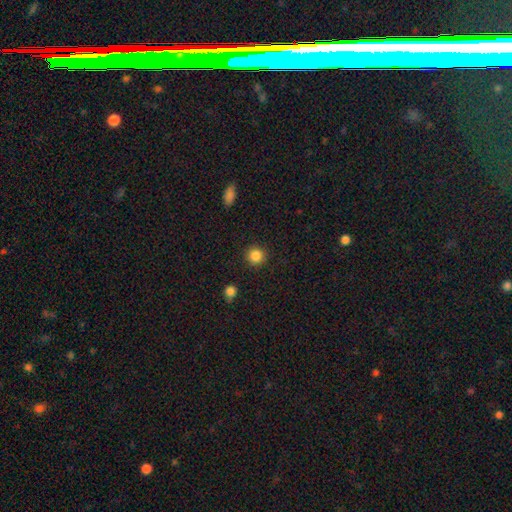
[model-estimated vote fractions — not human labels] This appears to be a smooth galaxy with no disk features (86%) that is round (94%). Merging: none (91%).